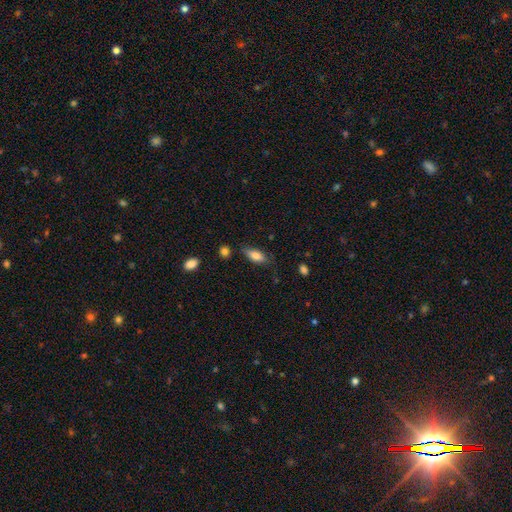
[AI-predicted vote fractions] This appears to be a smooth galaxy with no disk features (81%) that is in between round and cigar-shaped (79%). Merging: none (71%).